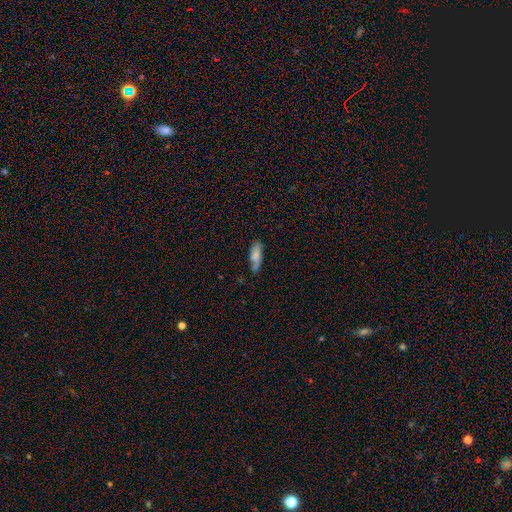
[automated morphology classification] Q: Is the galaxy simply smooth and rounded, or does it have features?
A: smooth — 73%.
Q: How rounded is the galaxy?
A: in between — 64%.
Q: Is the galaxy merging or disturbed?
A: none — 56%.